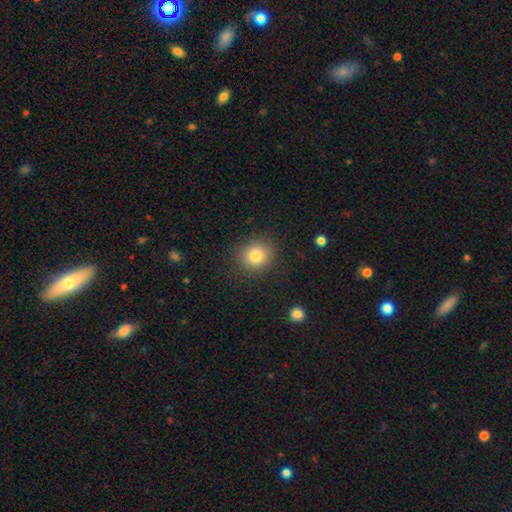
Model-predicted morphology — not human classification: Smooth or featured: smooth — 81% (star or artifact — 11%)
How rounded: round — 76% (in between — 23%)
Merging: none — 86% (minor disturbance — 10%)